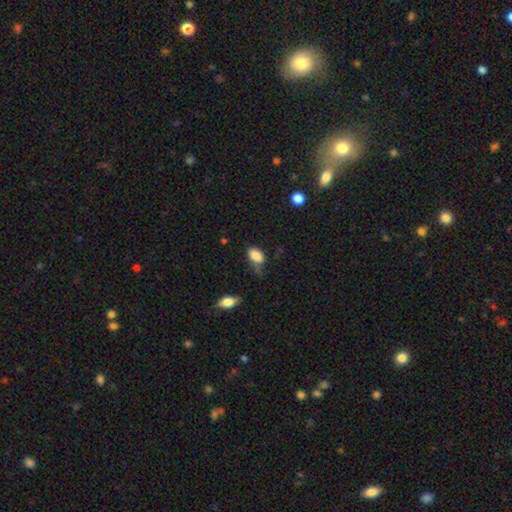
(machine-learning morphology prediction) This is clearly a smooth galaxy (84%). How rounded: clearly in between (89%). Merging: marginally none (41%).